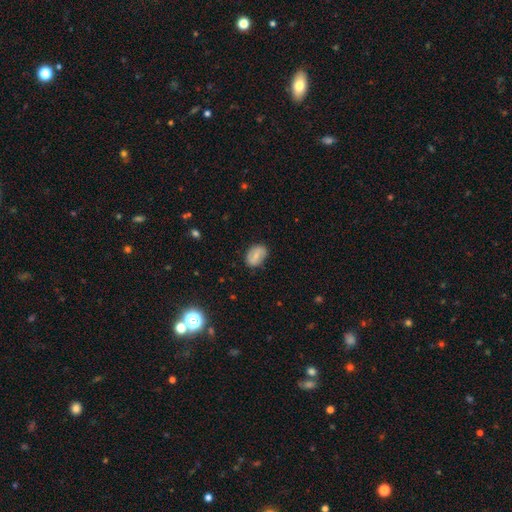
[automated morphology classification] This appears to be a smooth galaxy with no disk features (57%) that is in between round and cigar-shaped (79%). Merging: none (81%).